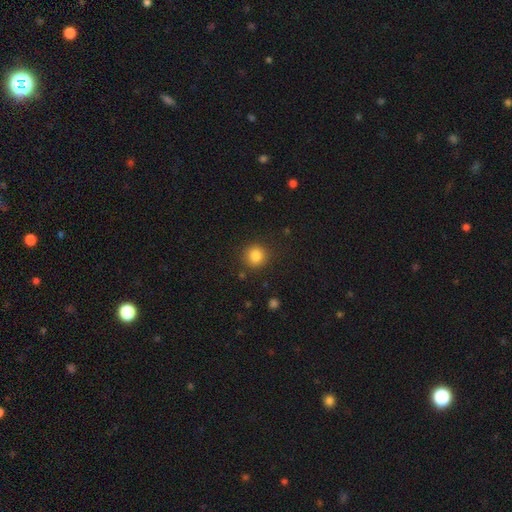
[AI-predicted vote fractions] smooth-or-featured: smooth: 84% | star or artifact: 11% | featured or disk: 5%
  how-rounded: round: 91% | in between: 8% | cigar-shaped: 1%
  merging: none: 88% | minor disturbance: 7% | major disturbance: 3% | merger: 2%